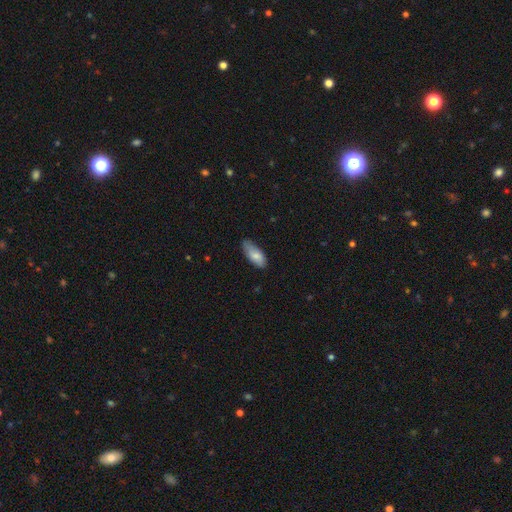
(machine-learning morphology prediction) This appears to be a smooth galaxy with no disk features (79%) that is in between round and cigar-shaped (81%). Merging: none (66%).